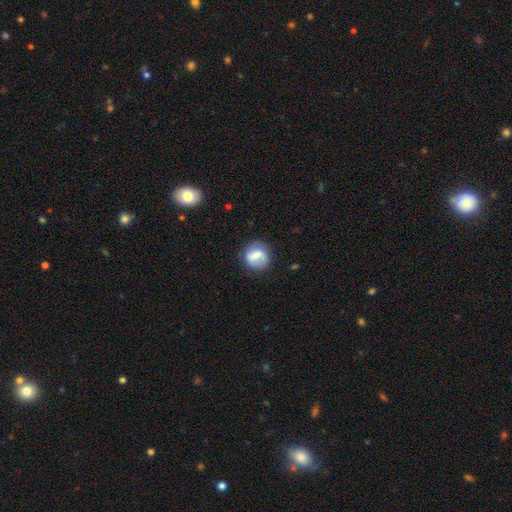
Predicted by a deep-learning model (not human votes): A smooth galaxy with no disk features (65%) that is round (80%). Merging: none (71%).